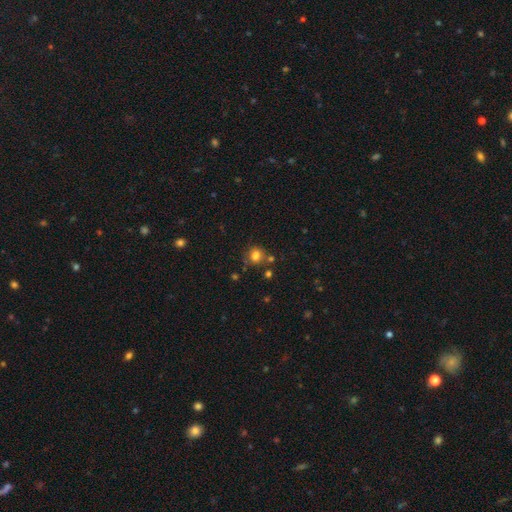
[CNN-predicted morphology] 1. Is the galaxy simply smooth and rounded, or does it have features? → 78% smooth, 14% star or artifact, 8% featured or disk.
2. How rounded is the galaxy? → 70% round, 29% in between, 1% cigar-shaped.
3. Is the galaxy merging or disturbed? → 64% none, 16% minor disturbance, 14% merger, 6% major disturbance.